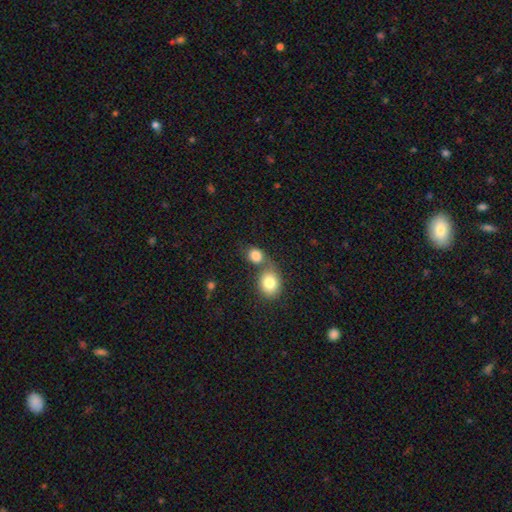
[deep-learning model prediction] Smooth or featured: smooth — 83% (star or artifact — 9%)
How rounded: round — 67% (in between — 31%)
Merging: merger — 48% (none — 38%)